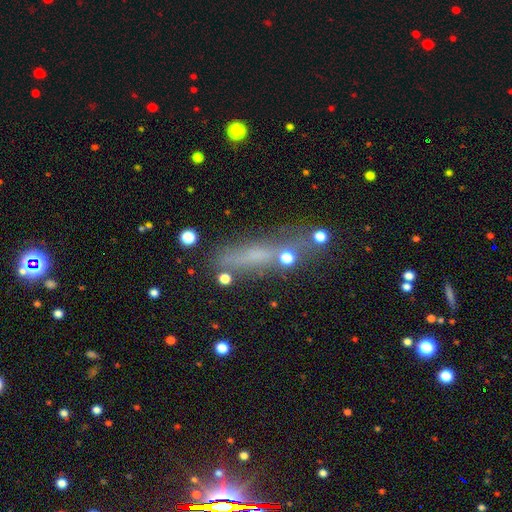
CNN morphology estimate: Overall: smooth (48%; featured or disk 29%). Merging: none (62%).